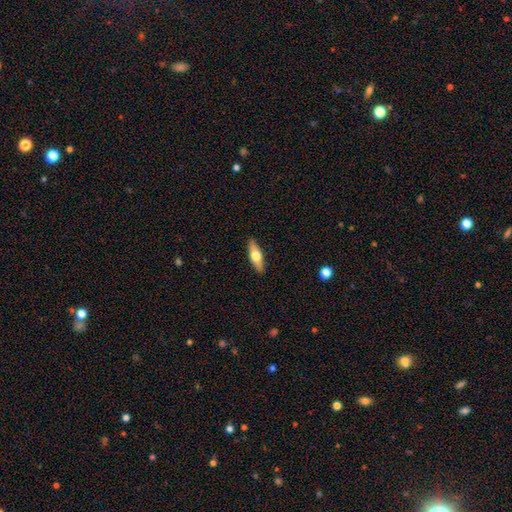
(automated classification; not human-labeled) This appears to be a smooth galaxy with no disk features (51%) that is in between round and cigar-shaped (49%). Merging: none (90%).